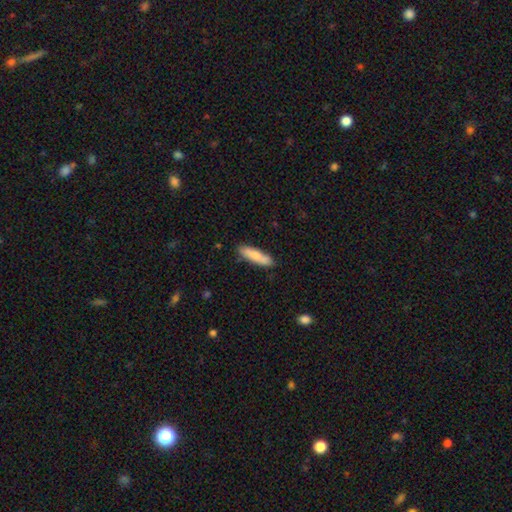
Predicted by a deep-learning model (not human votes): Morphology: type=smooth (78%); roundness=cigar-shaped (71%); merging=none (81%).